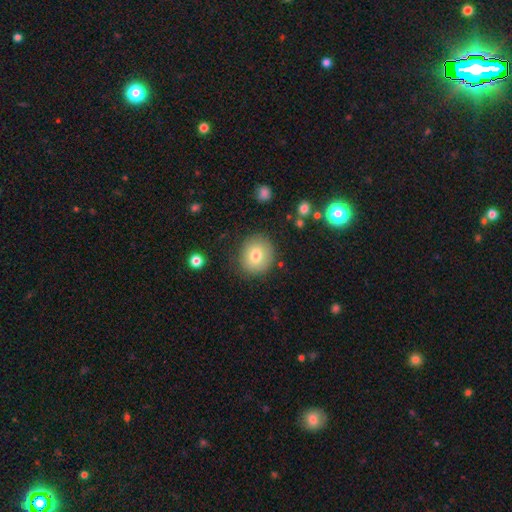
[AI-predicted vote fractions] smooth 77%, featured or disk 13%, star or artifact 10%. Down the decision tree: how rounded — round (83%); merging — none (84%).